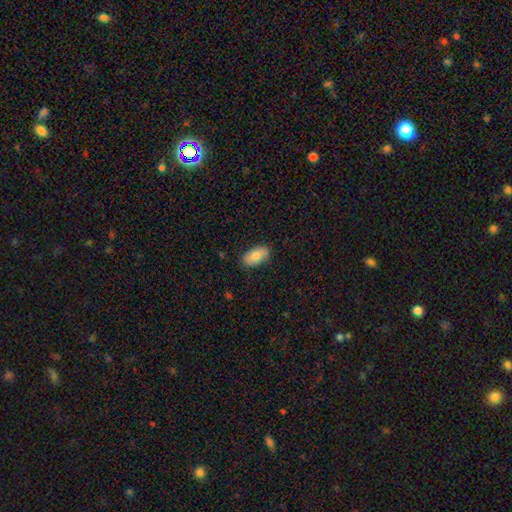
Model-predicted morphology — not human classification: A smooth galaxy with no disk features (79%) that is in between round and cigar-shaped (94%). Merging: none (86%).